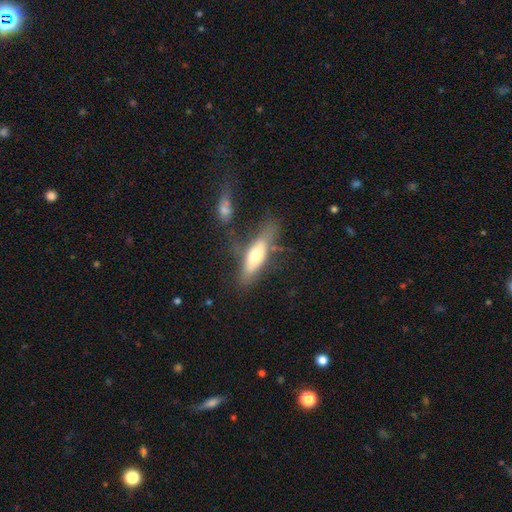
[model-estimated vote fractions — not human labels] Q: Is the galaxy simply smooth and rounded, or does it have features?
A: smooth — 58%.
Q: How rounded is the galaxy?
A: in between — 50%.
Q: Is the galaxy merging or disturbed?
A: none — 57%.